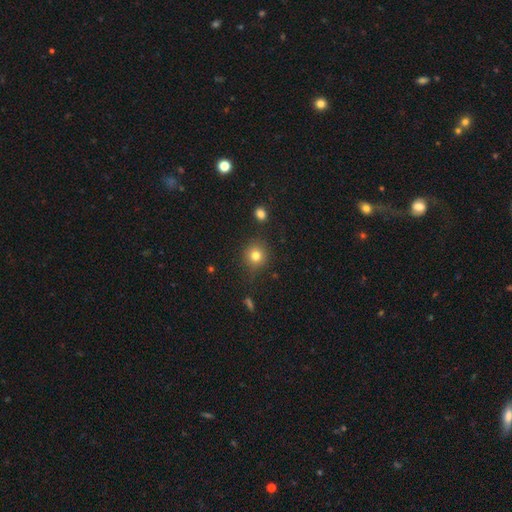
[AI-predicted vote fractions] Overall: smooth (79%). How rounded: round (89%). Merging: none (83%).